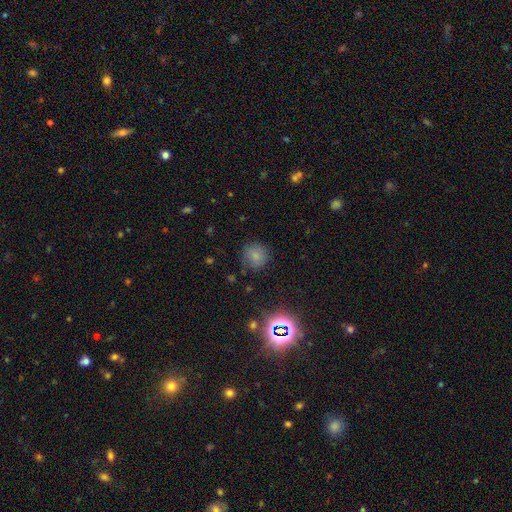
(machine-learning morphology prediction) smooth_or_featured: smooth (p=0.76) [alt: star or artifact p=0.17]
how_rounded: round (p=0.90) [alt: in between p=0.09]
merging: none (p=0.80) [alt: minor disturbance p=0.14]